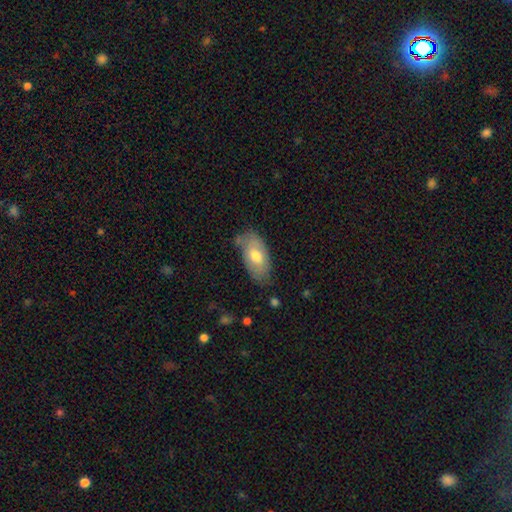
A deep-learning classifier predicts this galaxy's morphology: A smooth galaxy with no disk features (67%) that is in between round and cigar-shaped (93%). Merging: none (67%).